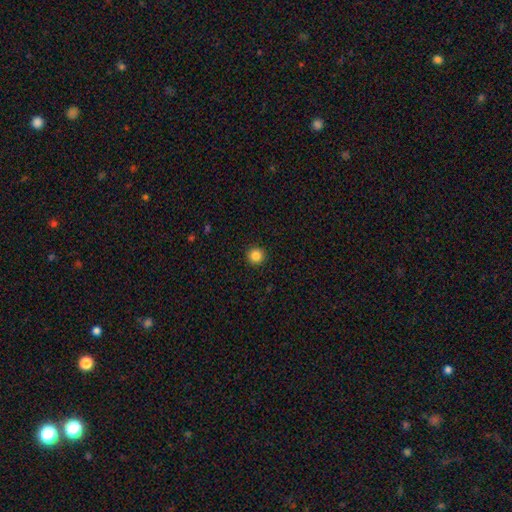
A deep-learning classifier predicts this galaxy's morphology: Smooth or featured? smooth (86%)
How rounded? round (95%)
Merging? none (93%)